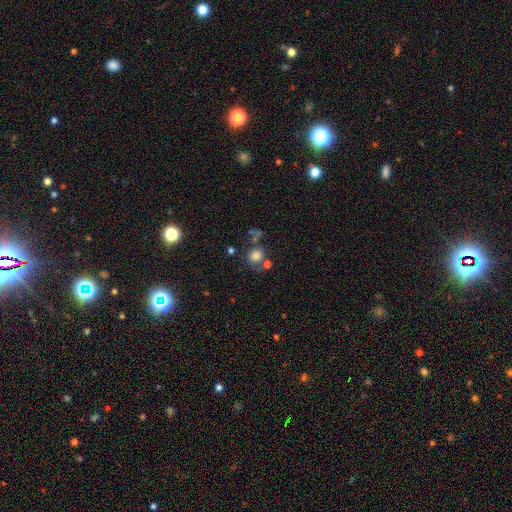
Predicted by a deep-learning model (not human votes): Overall: smooth (75%). How rounded: round (85%). Merging: none (56%; merger 20%).